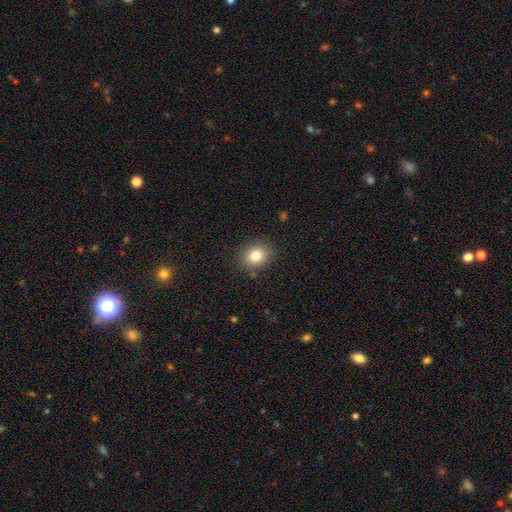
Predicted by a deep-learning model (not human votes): smooth_or_featured: smooth (p=0.82) [alt: star or artifact p=0.10]
how_rounded: round (p=0.54) [alt: in between p=0.45]
merging: none (p=0.86) [alt: minor disturbance p=0.10]